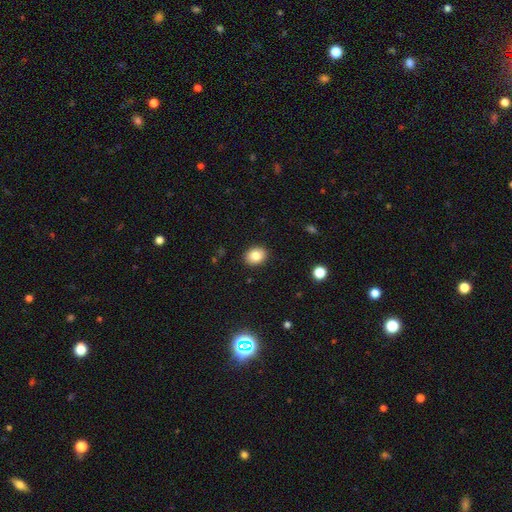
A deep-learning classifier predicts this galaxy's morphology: smooth_or_featured: smooth (p=0.84) [alt: star or artifact p=0.09]
how_rounded: in between (p=0.56) [alt: round p=0.43]
merging: none (p=0.90) [alt: minor disturbance p=0.07]